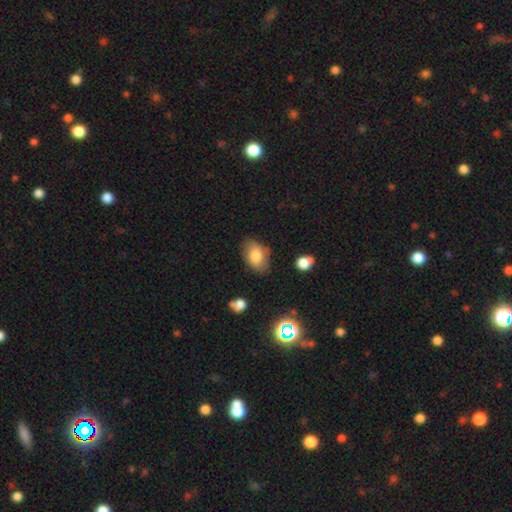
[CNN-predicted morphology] type=smooth (77%); roundness=in between (90%); merging=none (76%).